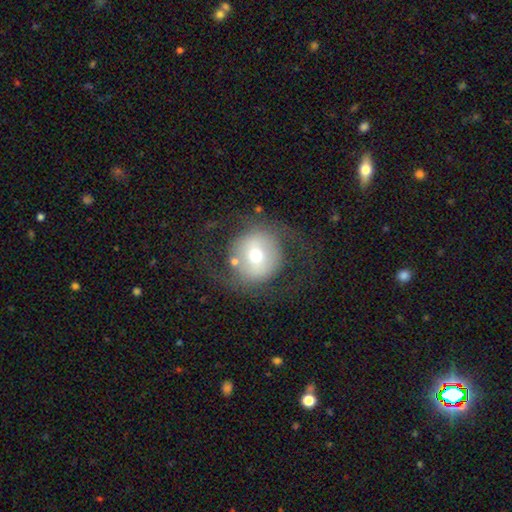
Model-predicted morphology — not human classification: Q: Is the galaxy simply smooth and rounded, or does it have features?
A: smooth — 47%.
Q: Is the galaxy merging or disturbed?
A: none — 66%.